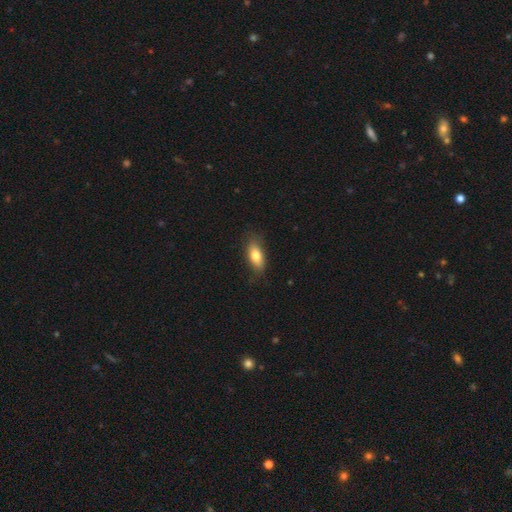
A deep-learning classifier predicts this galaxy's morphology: A smooth galaxy with no disk features (78%) that is in between round and cigar-shaped (82%).

Vote fractions:
- Smooth or featured? smooth: 78% / featured or disk: 15% / star or artifact: 7%
- How rounded? in between: 82% / cigar-shaped: 13% / round: 4%
- Merging? none: 77% / minor disturbance: 18% / major disturbance: 4% / merger: 1%